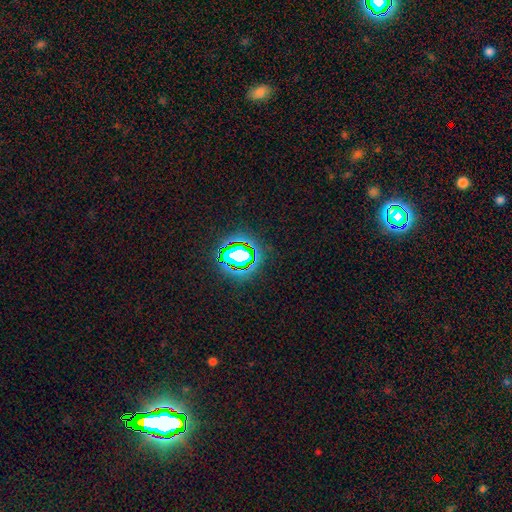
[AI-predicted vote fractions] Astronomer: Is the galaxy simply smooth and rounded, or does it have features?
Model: star or artifact — 77%.